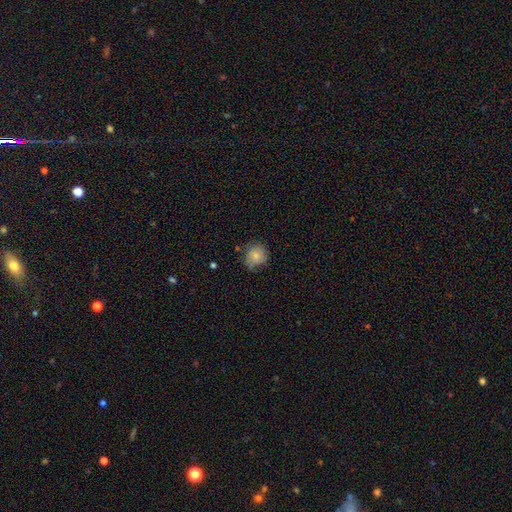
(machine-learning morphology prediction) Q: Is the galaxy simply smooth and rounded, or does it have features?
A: smooth — 70%.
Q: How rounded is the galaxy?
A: round — 78%.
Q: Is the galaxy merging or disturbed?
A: none — 64%.